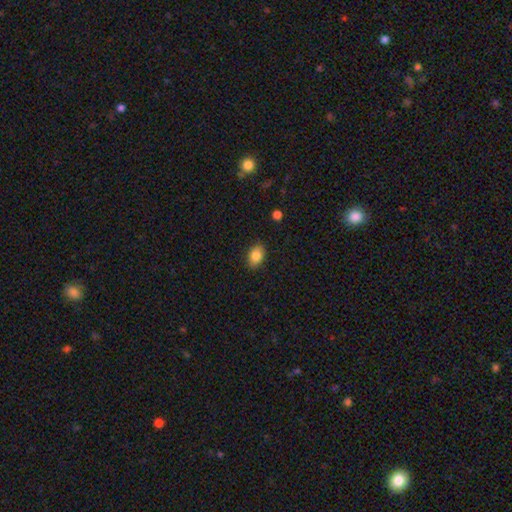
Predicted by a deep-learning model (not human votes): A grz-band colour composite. It shows a smooth galaxy with no disk features (84%) that is in between round and cigar-shaped (82%). Merging: none (87%).